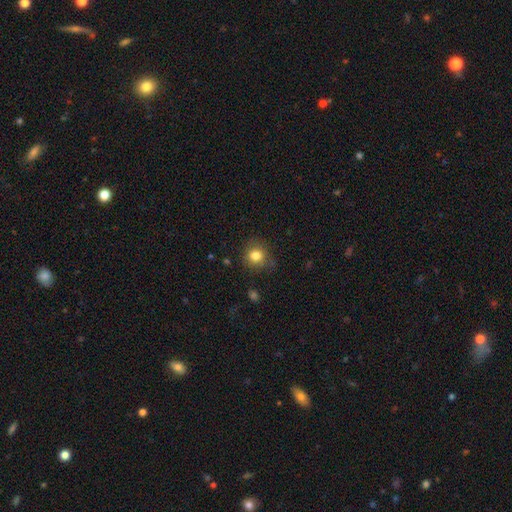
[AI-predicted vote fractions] Q: Smooth or featured?
A: smooth (82%); runner-up: star or artifact (11%)
Q: How rounded?
A: round (87%); runner-up: in between (12%)
Q: Merging?
A: none (79%); runner-up: minor disturbance (15%)